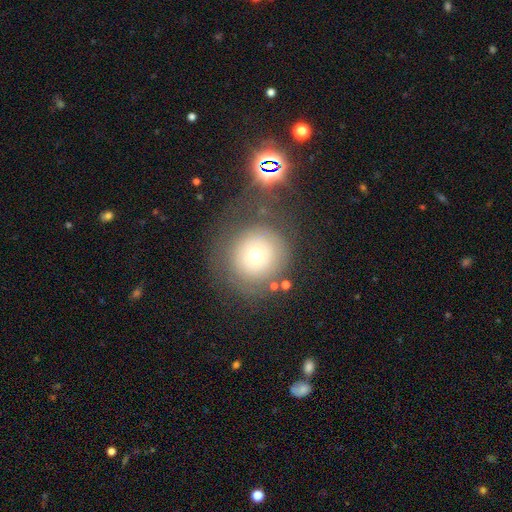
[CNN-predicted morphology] Smooth or featured? smooth (61%)
How rounded? round (94%)
Merging? none (66%)